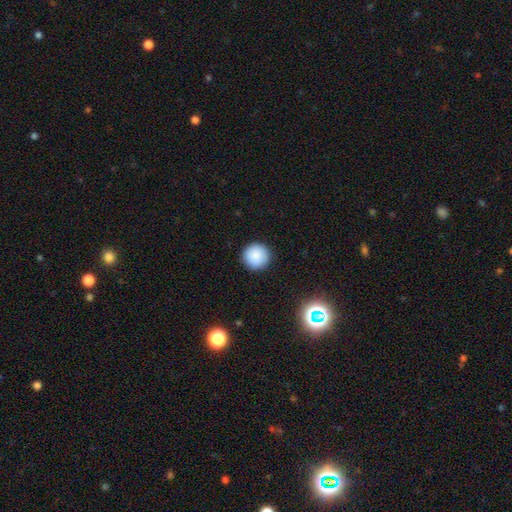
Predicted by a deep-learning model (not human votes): Smooth or featured? Predicted: smooth (p=0.87). How rounded? Predicted: round (p=0.96). Merging? Predicted: none (p=0.92).